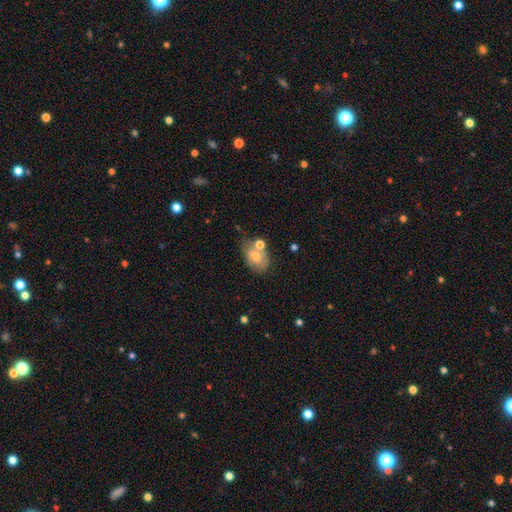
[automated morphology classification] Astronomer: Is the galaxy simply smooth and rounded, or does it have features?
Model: smooth — 60%.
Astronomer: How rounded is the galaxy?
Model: in between — 78%.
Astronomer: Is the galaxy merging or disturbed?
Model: none — 50%.